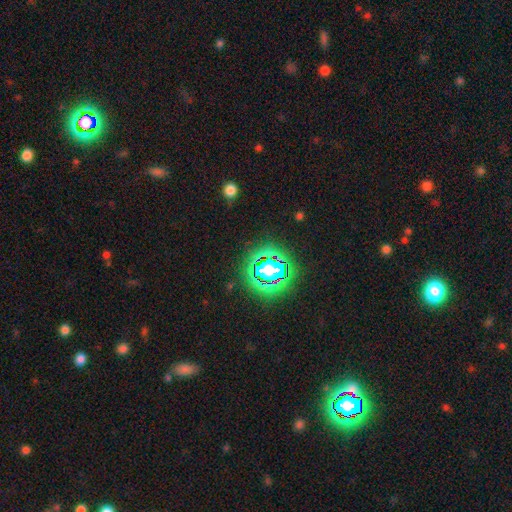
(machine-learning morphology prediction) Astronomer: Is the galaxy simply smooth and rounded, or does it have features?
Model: star or artifact — 79%.